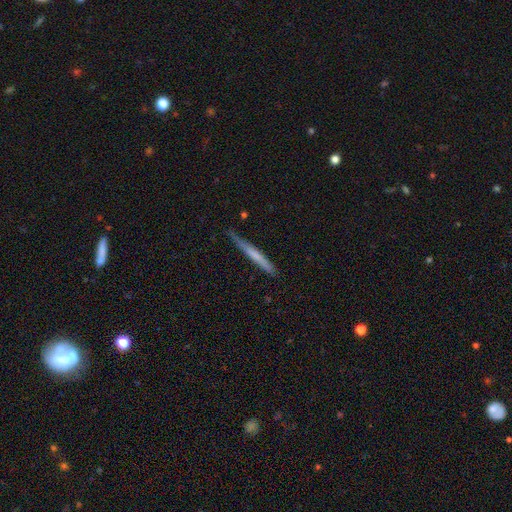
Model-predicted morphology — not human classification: Overall: smooth (55%; featured or disk 40%). How rounded: cigar-shaped (96%). Merging: none (74%).